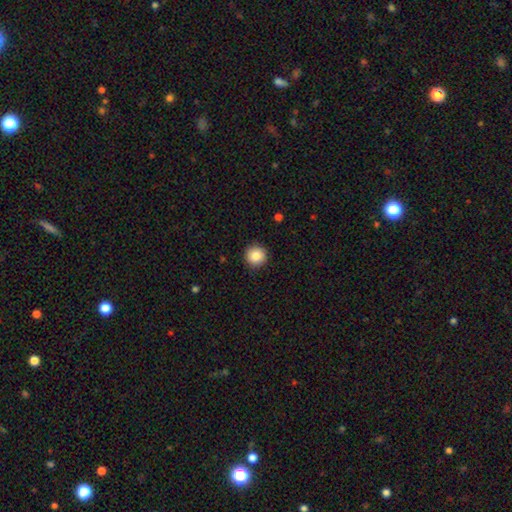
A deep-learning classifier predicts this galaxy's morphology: Smooth or featured? Predicted: smooth (p=0.86). How rounded? Predicted: round (p=0.95). Merging? Predicted: none (p=0.91).